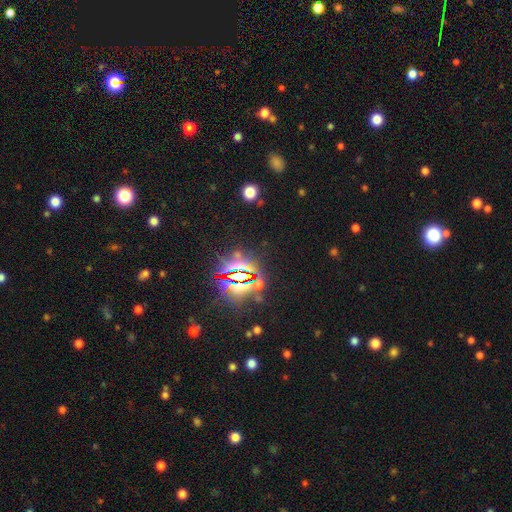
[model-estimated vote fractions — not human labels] Smooth or featured?
  - star or artifact: 82% *
  - smooth: 11%
  - featured or disk: 8%